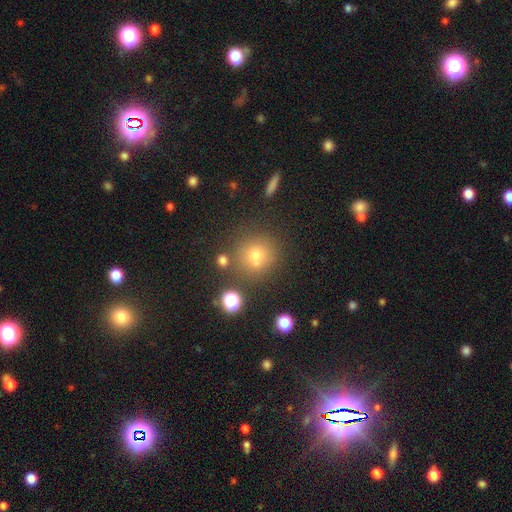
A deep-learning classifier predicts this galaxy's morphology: Overall: smooth (68%). How rounded: round (88%). Merging: none (73%).